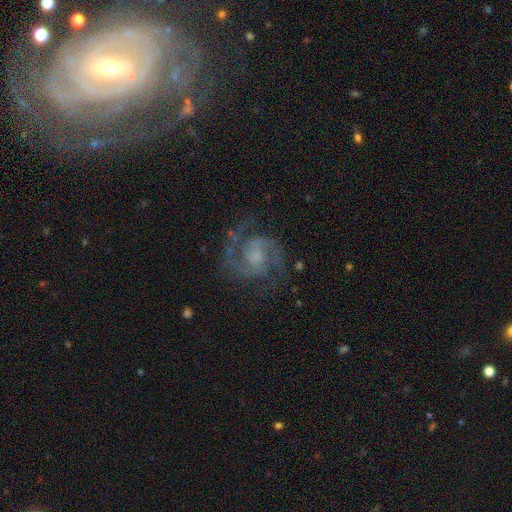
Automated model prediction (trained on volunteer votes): featured or disk 90%, star or artifact 5%, smooth 5%. Down the decision tree: edge-on disk — no (98%); bar — no (53%); spiral arms — yes (98%); spiral arm count — 2 (89%); spiral winding — medium (58%); bulge size — moderate (35%); merging — none (75%).